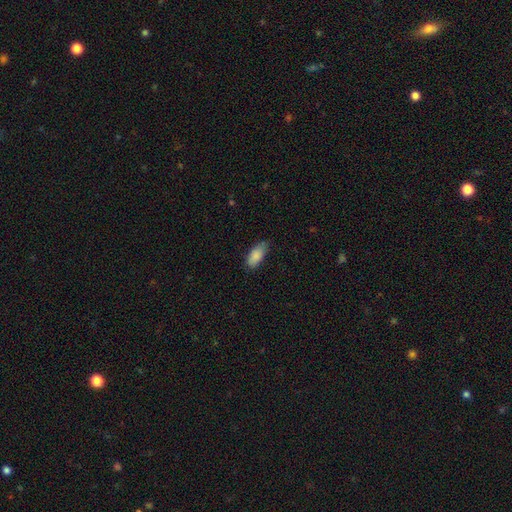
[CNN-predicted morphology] type=smooth (87%); roundness=in between (86%); merging=none (72%).